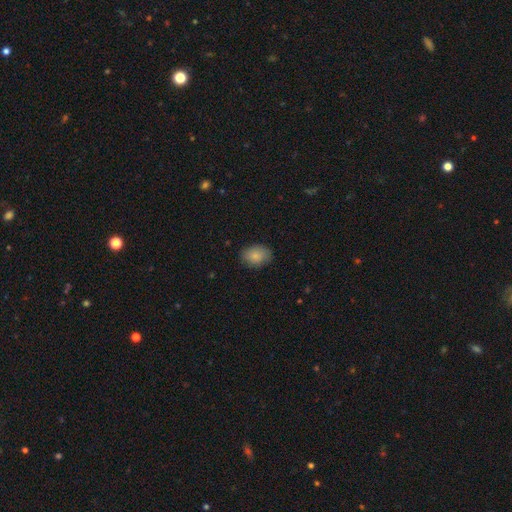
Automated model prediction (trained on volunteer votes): Overall: smooth (85%). How rounded: in between (74%). Merging: none (82%).